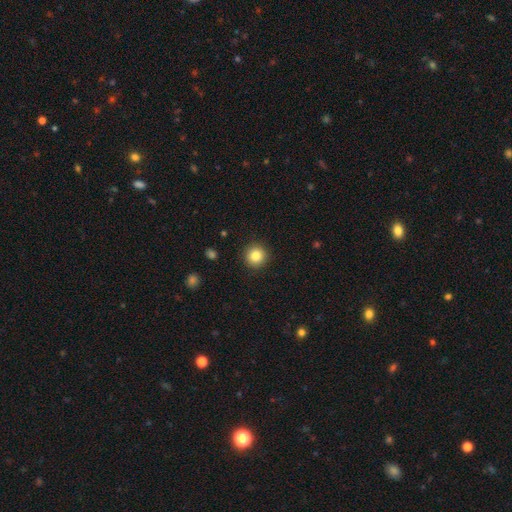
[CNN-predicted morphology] The model was most divided on "smooth or featured": smooth: 84%, star or artifact: 10%, featured or disk: 6%. More confident: how rounded — round (95%); merging — none (92%).